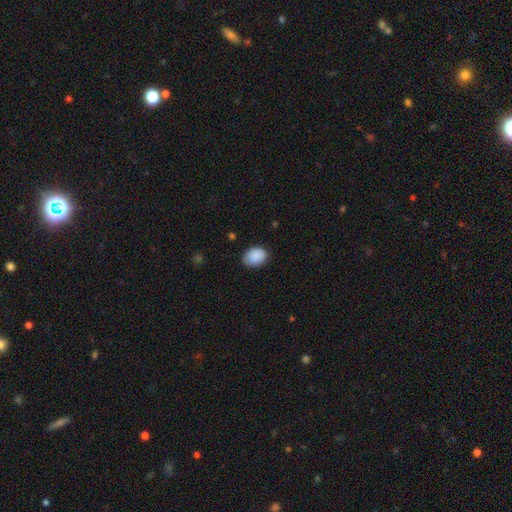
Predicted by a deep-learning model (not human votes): Smooth or featured?
  - smooth: 90% *
  - star or artifact: 7%
  - featured or disk: 3%
How rounded?
  - in between: 73% *
  - round: 26%
  - cigar-shaped: 1%
Merging?
  - none: 82% *
  - minor disturbance: 14%
  - major disturbance: 3%
  - merger: 1%